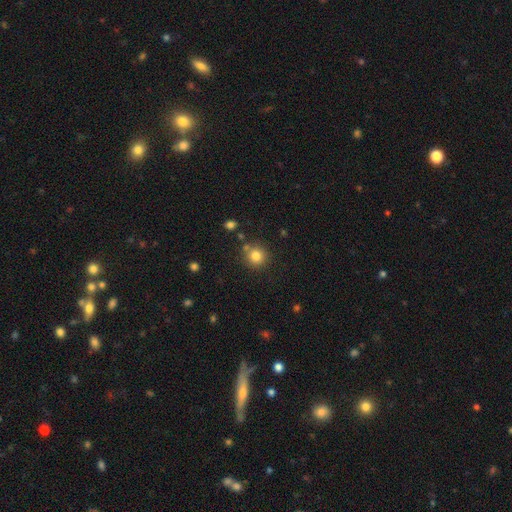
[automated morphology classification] Smooth or featured? smooth (81%)
How rounded? round (92%)
Merging? none (79%)